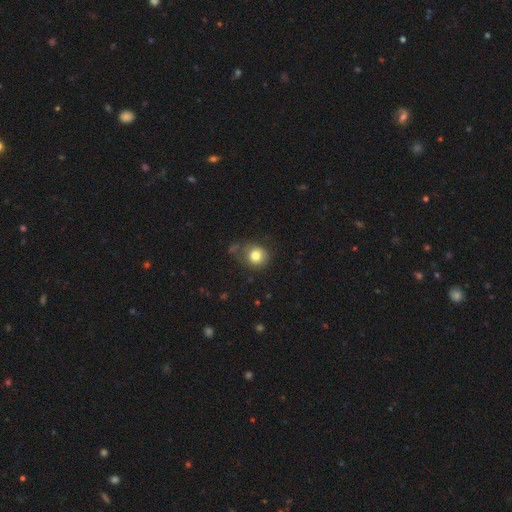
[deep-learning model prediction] smooth_or_featured: smooth (p=0.80) [alt: featured or disk p=0.10]
how_rounded: round (p=0.81) [alt: in between p=0.18]
merging: none (p=0.65) [alt: minor disturbance p=0.21]